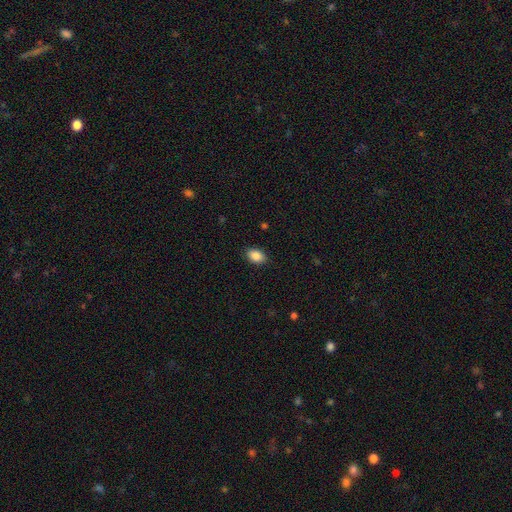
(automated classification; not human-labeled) Overall: smooth (89%). How rounded: in between (85%). Merging: none (87%).